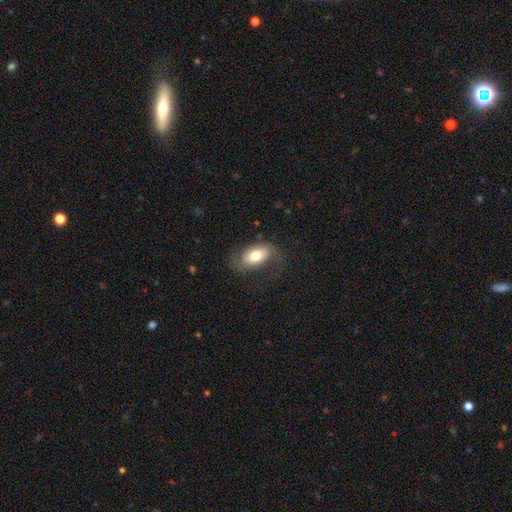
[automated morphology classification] smooth 62%, featured or disk 31%, star or artifact 7%. Down the decision tree: how rounded — in between (90%); merging — none (60%).